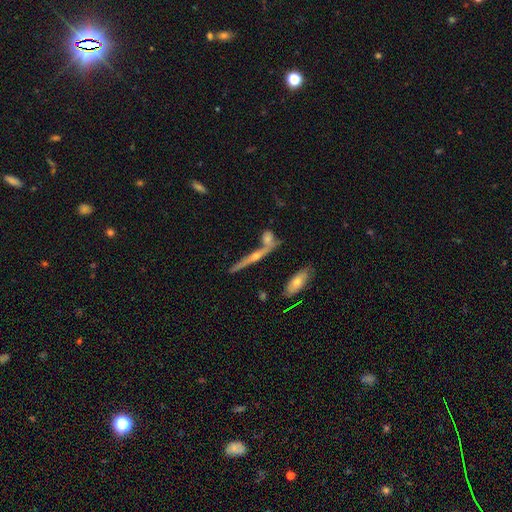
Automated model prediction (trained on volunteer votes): Overall: featured or disk (71%). Edge-on disk: yes (93%). Edge-on bulge: rounded (85%). Merging: none (62%; merger 23%).